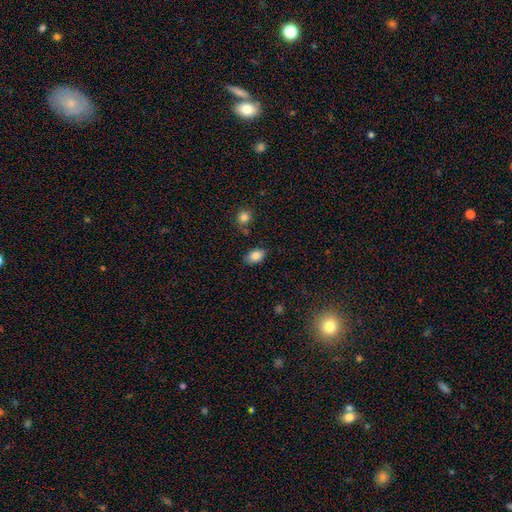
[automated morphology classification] Smooth or featured: smooth — 86% (star or artifact — 8%)
How rounded: in between — 89% (round — 9%)
Merging: none — 81% (minor disturbance — 13%)